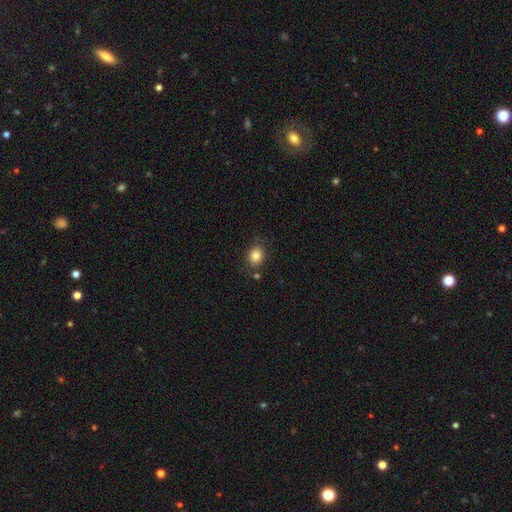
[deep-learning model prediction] A smooth galaxy with no disk features (84%) that is round (58%). Merging: none (77%).